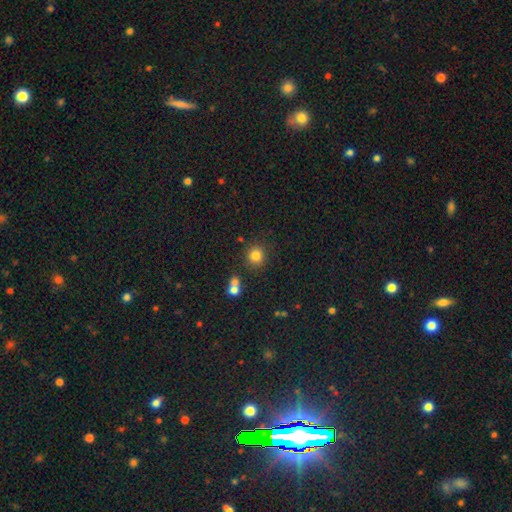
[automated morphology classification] Smooth or featured: smooth — 82% (star or artifact — 12%)
How rounded: round — 88% (in between — 11%)
Merging: none — 82% (minor disturbance — 8%)